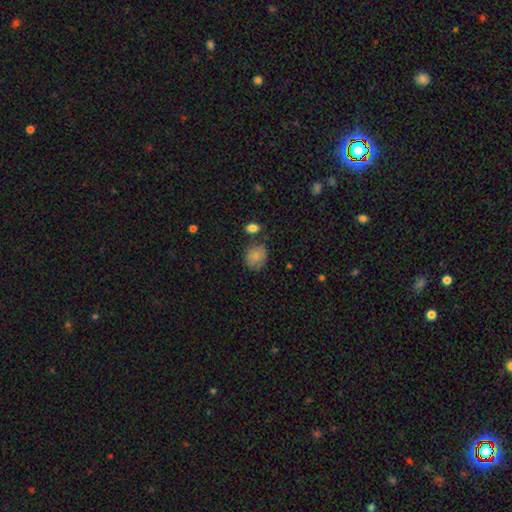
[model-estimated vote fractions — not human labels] Q: Smooth or featured?
A: smooth (82%); runner-up: featured or disk (9%)
Q: How rounded?
A: round (67%); runner-up: in between (32%)
Q: Merging?
A: none (68%); runner-up: minor disturbance (21%)